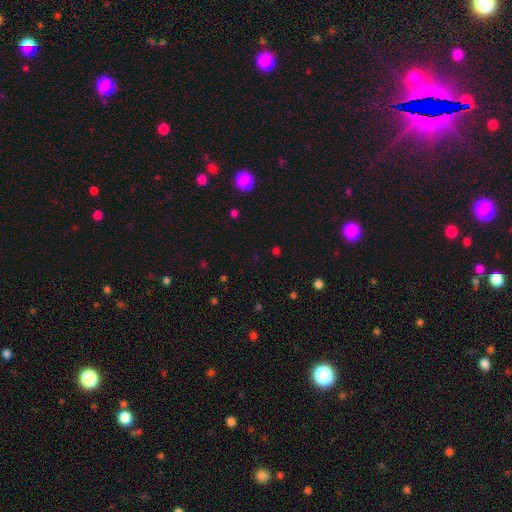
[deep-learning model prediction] This appears to be a star or artifact, not a galaxy (59%).